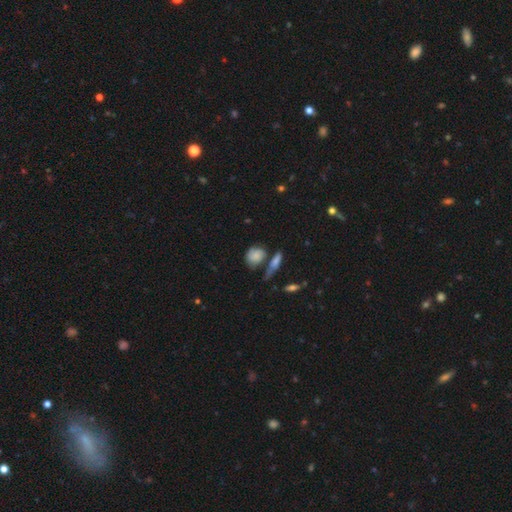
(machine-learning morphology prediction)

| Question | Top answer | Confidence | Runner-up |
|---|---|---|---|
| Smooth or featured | smooth | 76% | featured or disk (15%) |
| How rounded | round | 59% | in between (38%) |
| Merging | none | 48% | minor disturbance (22%) |